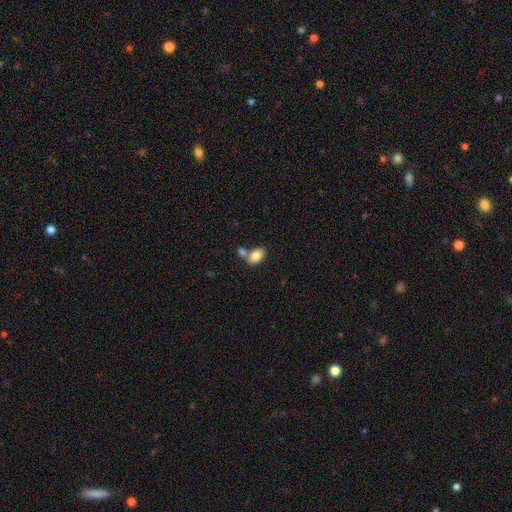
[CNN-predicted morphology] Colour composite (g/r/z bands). It shows a smooth galaxy with no disk features (82%) that is in between round and cigar-shaped (89%). Merging: none (52%).